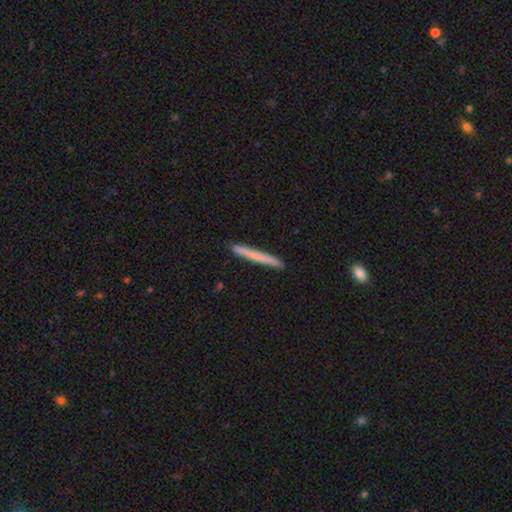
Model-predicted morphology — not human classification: type=smooth (66%); roundness=cigar-shaped (97%); merging=none (91%).